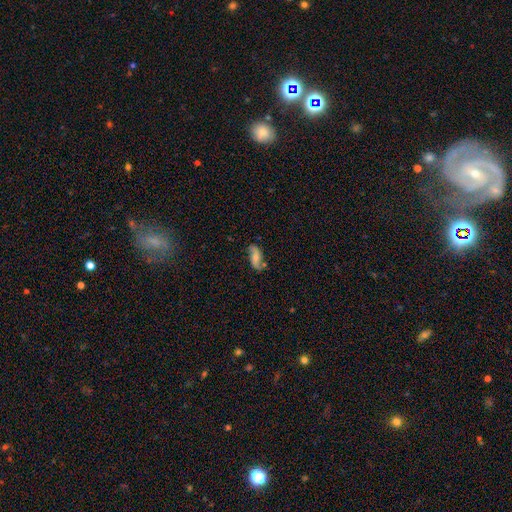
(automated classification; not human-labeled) Overall: featured or disk (64%; smooth 27%). Edge-on disk: no (91%). Bar: no (56%; weak 31%). Spiral arms: yes (90%). Spiral arm count: 2 (90%). Spiral winding: loose (66%). Bulge size: moderate (49%; small 39%). Merging: none (73%).